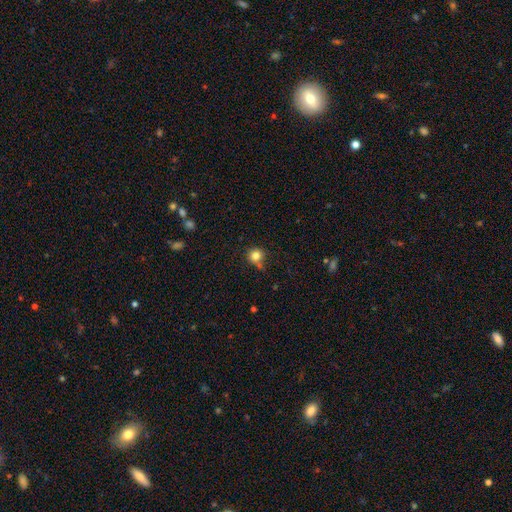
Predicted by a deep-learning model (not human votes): A smooth galaxy with no disk features (81%) that is round (90%). Merging: none (64%).